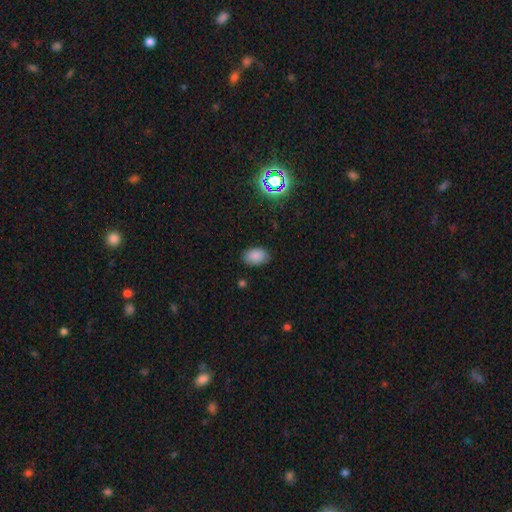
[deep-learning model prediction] A smooth galaxy with no disk features (83%) that is in between round and cigar-shaped (86%).

Vote fractions:
- Smooth or featured? smooth: 83% / star or artifact: 12% / featured or disk: 5%
- How rounded? in between: 86% / round: 13% / cigar-shaped: 1%
- Merging? none: 83% / minor disturbance: 13% / major disturbance: 3% / merger: 1%